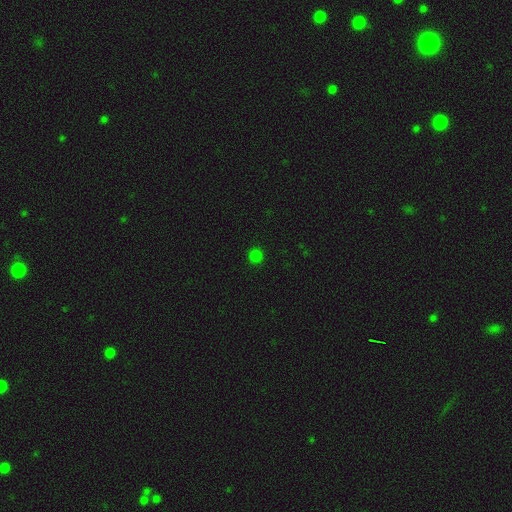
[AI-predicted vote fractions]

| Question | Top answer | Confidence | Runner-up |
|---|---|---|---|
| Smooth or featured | smooth | 80% | star or artifact (17%) |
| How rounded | round | 95% | in between (4%) |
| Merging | none | 93% | minor disturbance (5%) |